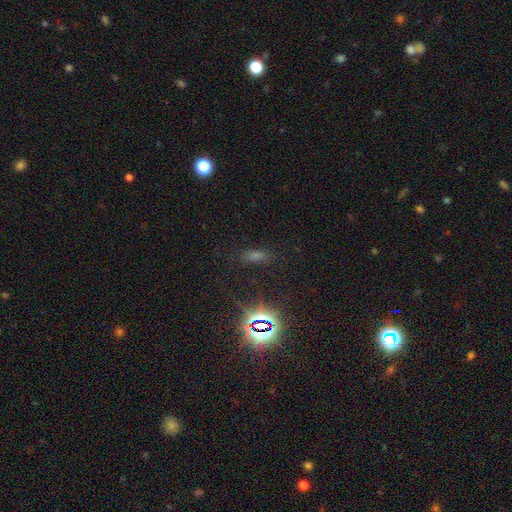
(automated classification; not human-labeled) A star or artifact, not a galaxy (46%).

Vote fractions:
- Smooth or featured? star or artifact: 46% / smooth: 42% / featured or disk: 11%